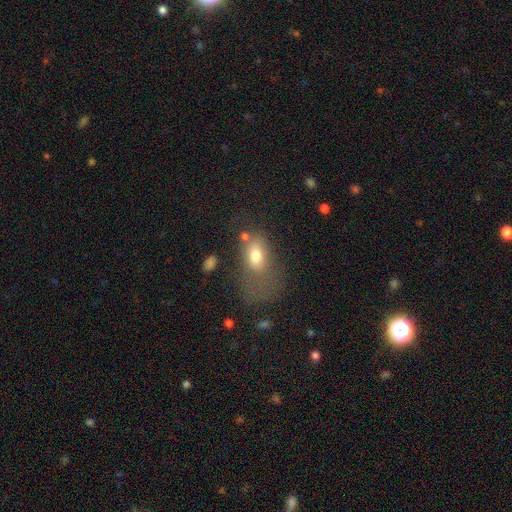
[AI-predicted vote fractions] Smooth or featured: smooth — 72% (featured or disk — 18%)
How rounded: in between — 83% (round — 14%)
Merging: major disturbance — 45% (none — 24%)